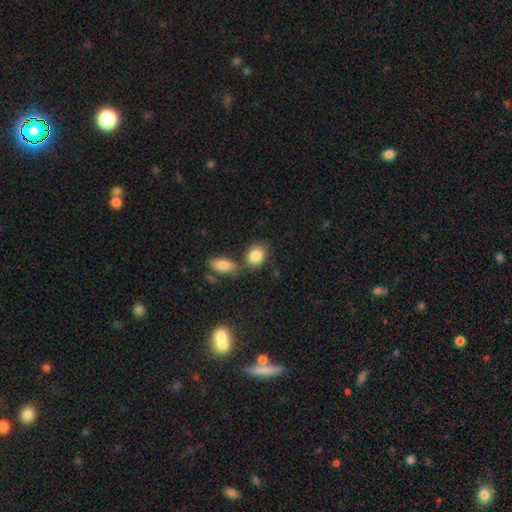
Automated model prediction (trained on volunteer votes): Smooth or featured? smooth (86%)
How rounded? in between (63%)
Merging? none (58%)